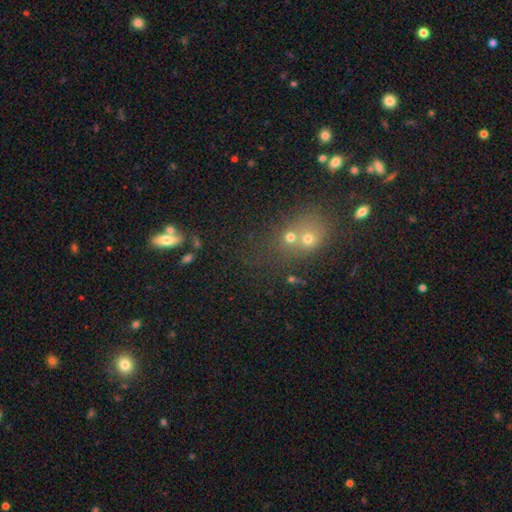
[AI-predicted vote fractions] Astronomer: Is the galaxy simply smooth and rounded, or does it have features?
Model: smooth — 46% (runner-up: star or artifact, 40%).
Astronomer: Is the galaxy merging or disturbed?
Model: none — 45% (runner-up: merger, 40%).